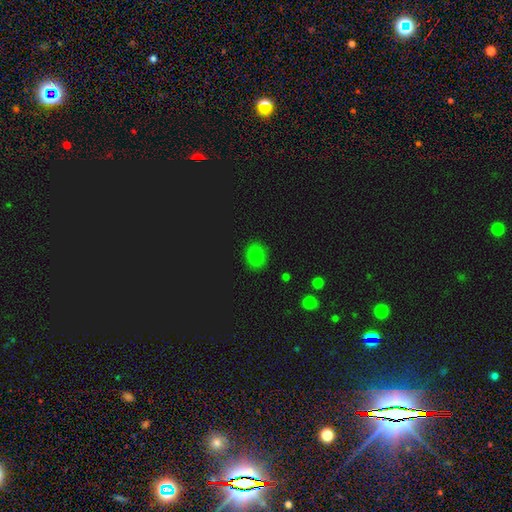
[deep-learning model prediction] A smooth galaxy with no disk features (77%) that is round (73%). Merging: none (89%).